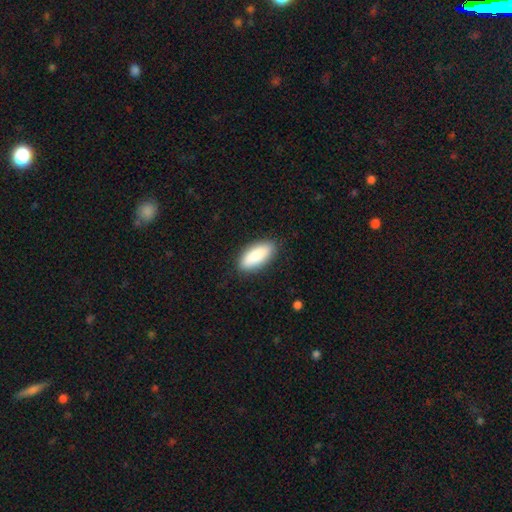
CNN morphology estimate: Overall: smooth (86%). How rounded: in between (82%). Merging: none (87%).